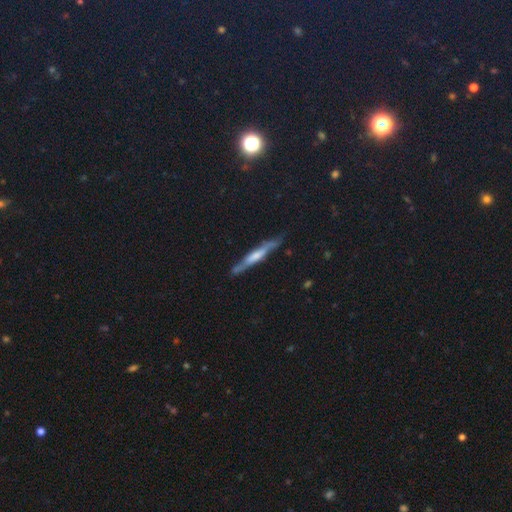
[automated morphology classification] This is likely a featured or disk galaxy (60%). It is clearly viewed edge-on (89%). Edge-on bulge: marginally boxy (36%). Merging: likely none (79%).